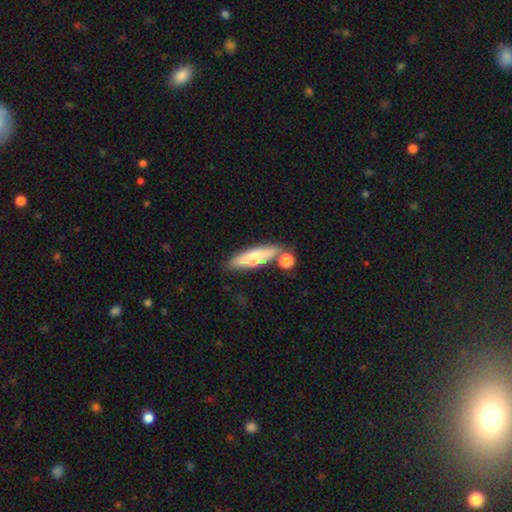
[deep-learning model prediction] This appears to be a smooth galaxy with no disk features (59%) that is cigar-shaped (64%). Merging: none (64%).